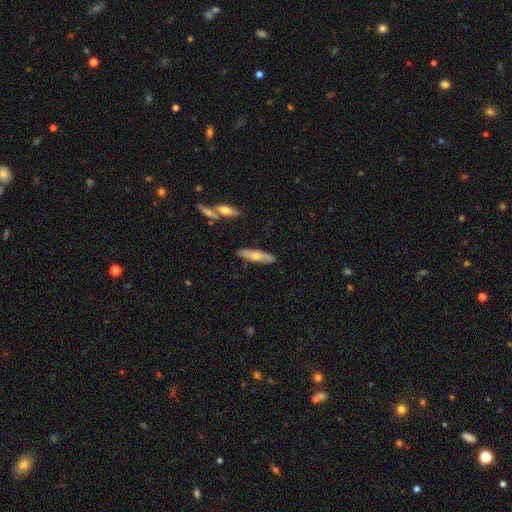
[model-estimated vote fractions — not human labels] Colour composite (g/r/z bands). It shows a smooth galaxy with no disk features (55%) that is cigar-shaped (67%). Merging: none (86%).